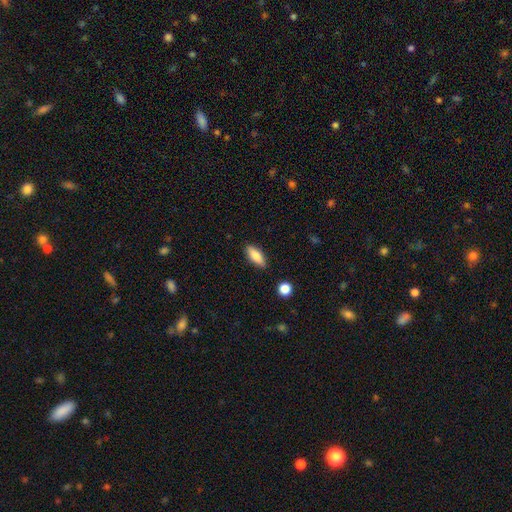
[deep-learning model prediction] Smooth or featured?
  - smooth: 82% *
  - featured or disk: 11%
  - star or artifact: 7%
How rounded?
  - in between: 68% *
  - cigar-shaped: 30%
  - round: 2%
Merging?
  - none: 87% *
  - minor disturbance: 10%
  - major disturbance: 2%
  - merger: 2%